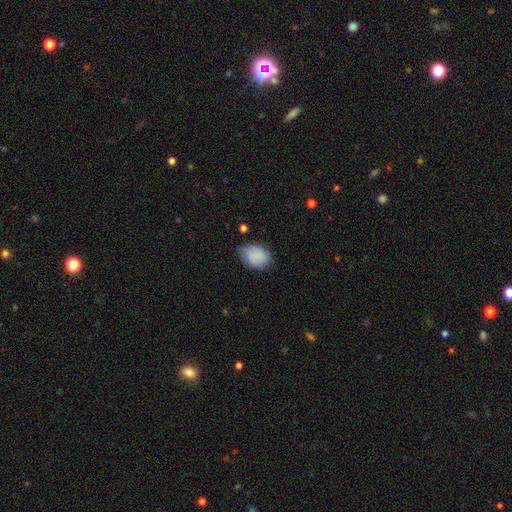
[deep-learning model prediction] A smooth galaxy with no disk features (81%) that is in between round and cigar-shaped (68%).

Vote fractions:
- Smooth or featured? smooth: 81% / featured or disk: 11% / star or artifact: 8%
- How rounded? in between: 68% / round: 31% / cigar-shaped: 1%
- Merging? none: 71% / minor disturbance: 22% / major disturbance: 5% / merger: 2%